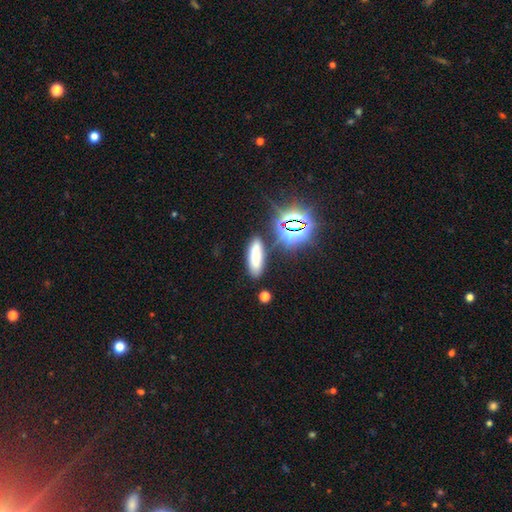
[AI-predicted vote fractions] Q: Smooth or featured?
A: smooth (69%); runner-up: star or artifact (21%)
Q: How rounded?
A: in between (49%); runner-up: cigar-shaped (47%)
Q: Merging?
A: none (79%); runner-up: minor disturbance (12%)